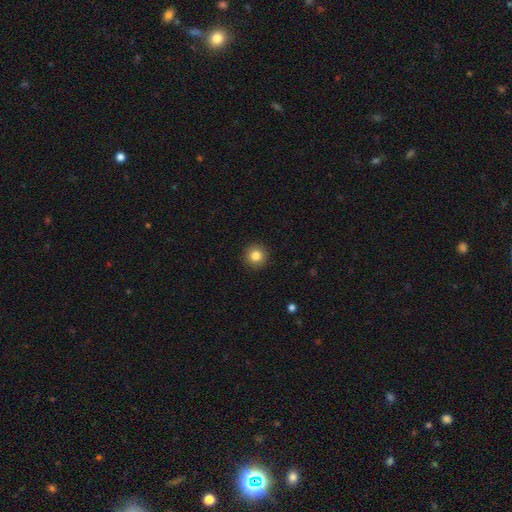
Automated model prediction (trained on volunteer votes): smooth 83%, star or artifact 10%, featured or disk 7%. Down the decision tree: how rounded — round (95%); merging — none (92%).